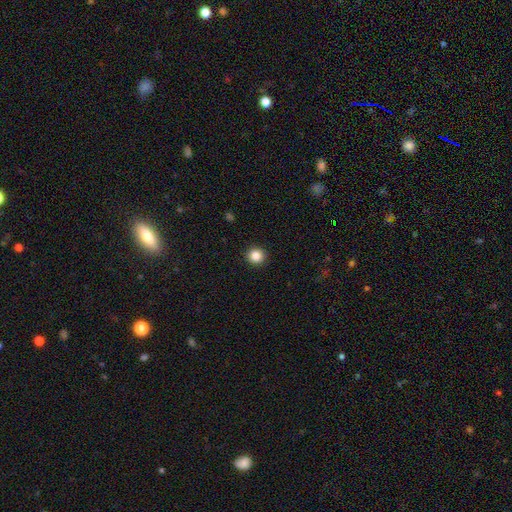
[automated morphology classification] Smooth or featured?
  - smooth: 85% *
  - star or artifact: 11%
  - featured or disk: 4%
How rounded?
  - round: 93% *
  - in between: 6%
  - cigar-shaped: 1%
Merging?
  - none: 93% *
  - minor disturbance: 4%
  - major disturbance: 2%
  - merger: 1%